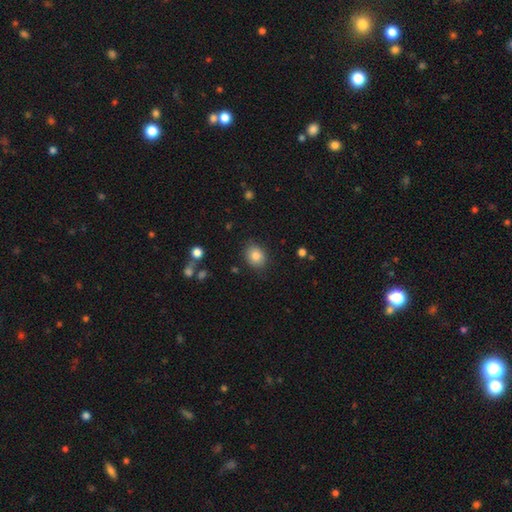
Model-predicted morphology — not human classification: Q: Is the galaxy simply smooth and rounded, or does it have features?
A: smooth — 82%.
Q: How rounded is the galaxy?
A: round — 58%.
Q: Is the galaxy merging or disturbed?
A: none — 85%.